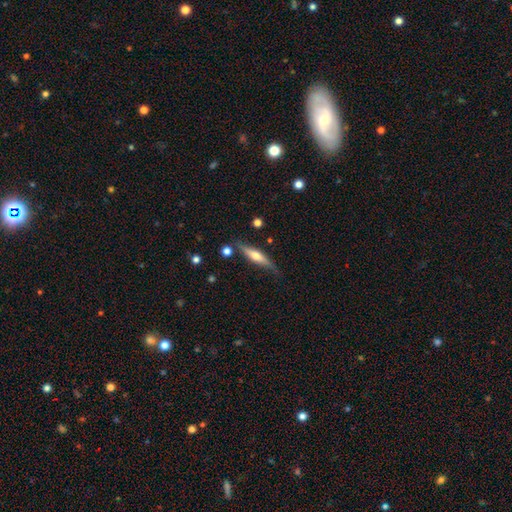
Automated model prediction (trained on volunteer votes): featured or disk 60%, smooth 34%, star or artifact 6%. Down the decision tree: edge-on disk — yes (94%); edge-on bulge — rounded (89%); merging — none (77%).